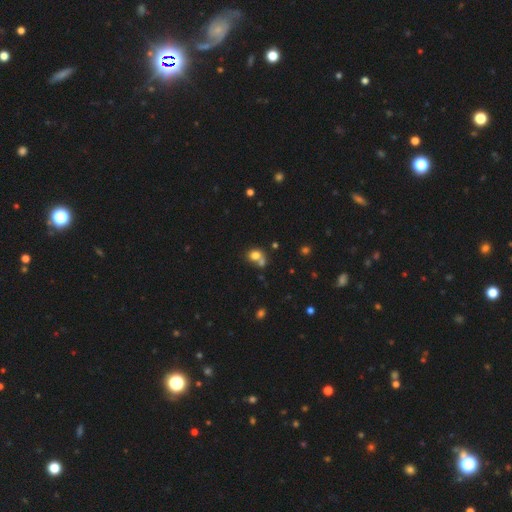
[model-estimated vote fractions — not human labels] Smooth or featured? Predicted: smooth (p=0.76). How rounded? Predicted: round (p=0.65). Merging? Predicted: merger (p=0.46).